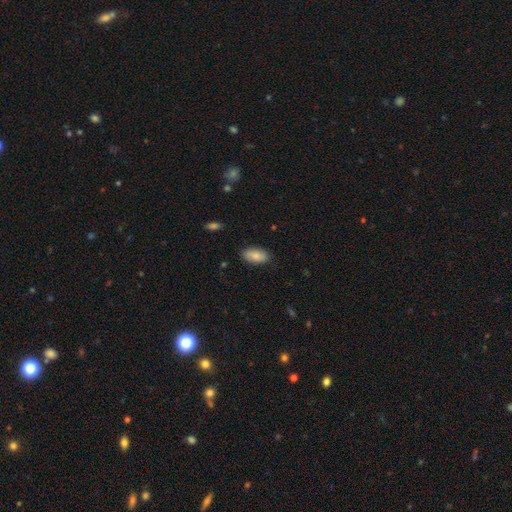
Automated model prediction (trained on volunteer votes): A smooth galaxy with no disk features (85%) that is in between round and cigar-shaped (94%). Merging: none (85%).